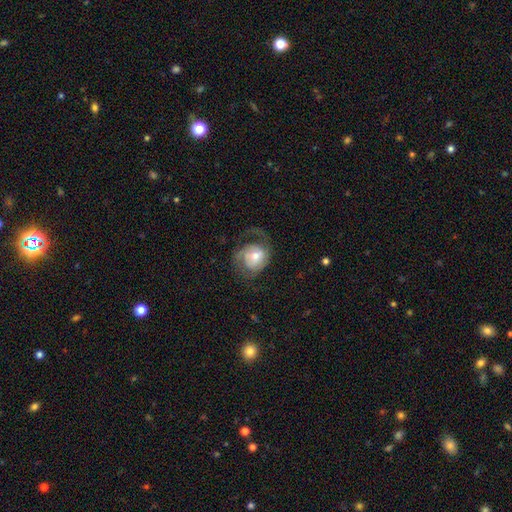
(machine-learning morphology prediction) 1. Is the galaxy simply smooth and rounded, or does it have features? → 60% featured or disk, 33% smooth, 7% star or artifact.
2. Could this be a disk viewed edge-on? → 97% no, 3% yes.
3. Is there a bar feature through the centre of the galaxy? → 64% no, 29% weak, 7% strong.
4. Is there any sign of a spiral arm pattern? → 82% yes, 18% no.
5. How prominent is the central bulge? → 55% moderate, 31% small, 10% large, 2% none, 2% dominant.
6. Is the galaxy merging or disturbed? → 45% none, 34% major disturbance, 19% minor disturbance, 2% merger.